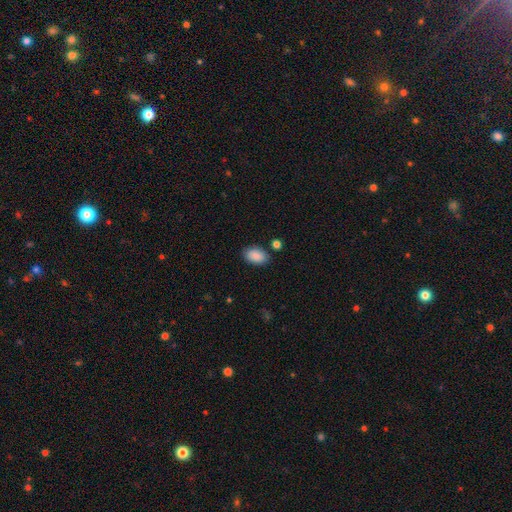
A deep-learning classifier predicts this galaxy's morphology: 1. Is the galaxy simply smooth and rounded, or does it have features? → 89% smooth, 7% star or artifact, 4% featured or disk.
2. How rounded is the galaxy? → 92% in between, 7% round, 1% cigar-shaped.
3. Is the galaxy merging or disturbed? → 83% none, 11% minor disturbance, 3% merger, 3% major disturbance.